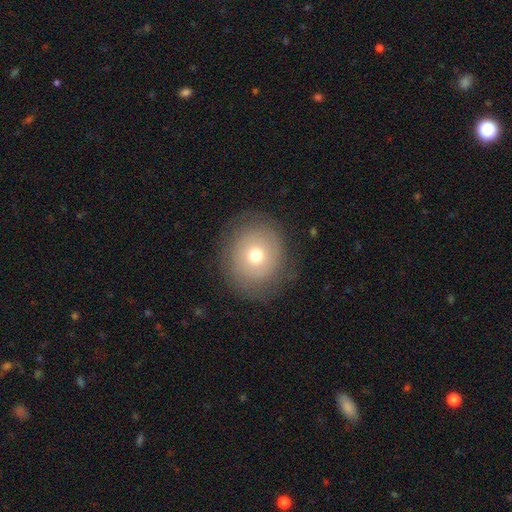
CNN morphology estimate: smooth_or_featured: smooth (p=0.62) [alt: featured or disk p=0.26]
how_rounded: round (p=0.77) [alt: in between p=0.22]
merging: none (p=0.78) [alt: minor disturbance p=0.14]